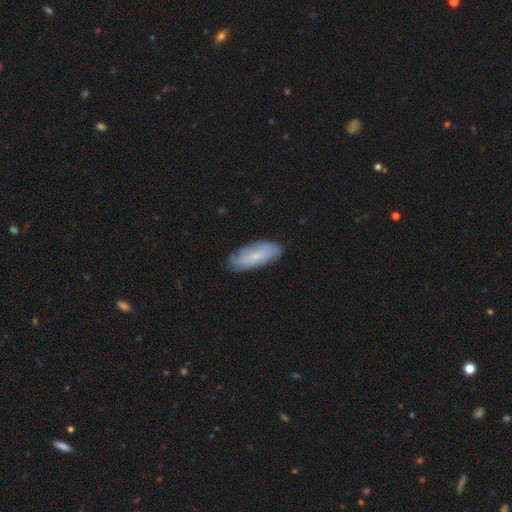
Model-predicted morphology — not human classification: smooth_or_featured: smooth (p=0.56) [alt: featured or disk p=0.37]
how_rounded: in between (p=0.74) [alt: cigar-shaped p=0.24]
merging: none (p=0.78) [alt: minor disturbance p=0.18]